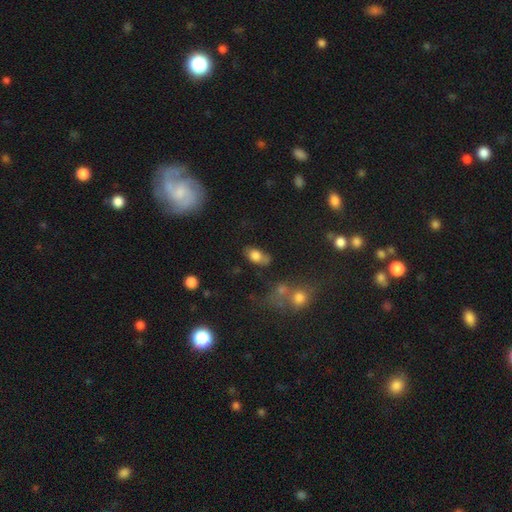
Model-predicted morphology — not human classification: A smooth galaxy with no disk features (76%) that is in between round and cigar-shaped (87%).

Vote fractions:
- Smooth or featured? smooth: 76% / featured or disk: 15% / star or artifact: 10%
- How rounded? in between: 87% / round: 9% / cigar-shaped: 4%
- Merging? none: 53% / minor disturbance: 27% / major disturbance: 10% / merger: 10%